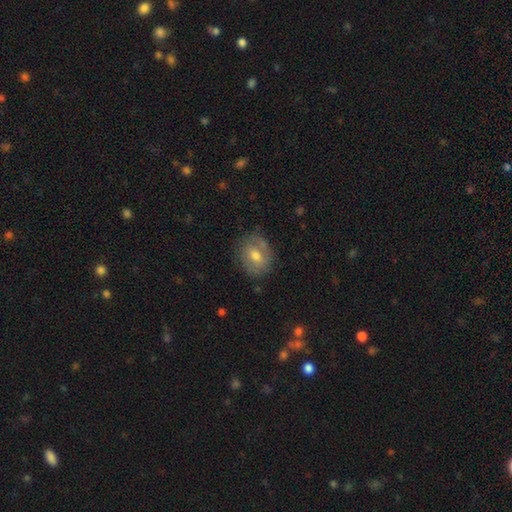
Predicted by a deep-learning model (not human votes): smooth 50%, featured or disk 40%, star or artifact 10%. Down the decision tree: merging — none (73%).